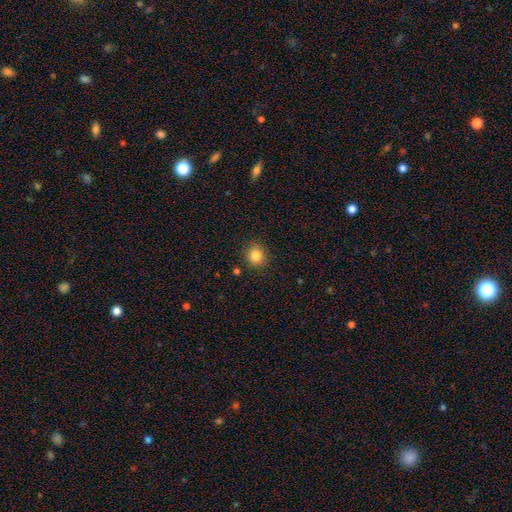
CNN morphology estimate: Smooth or featured? smooth (84%)
How rounded? round (88%)
Merging? none (89%)